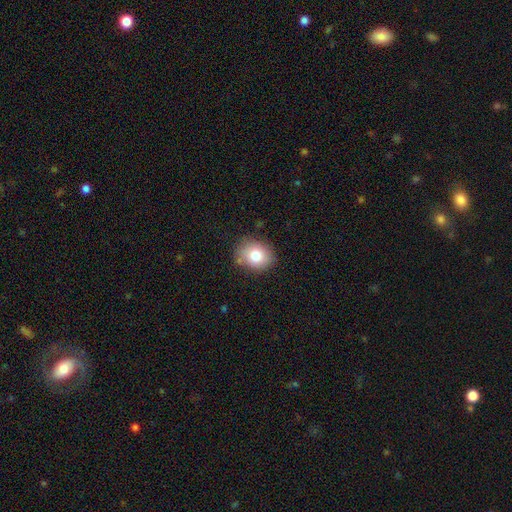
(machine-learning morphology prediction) A smooth galaxy with no disk features (79%) that is round (62%). Merging: none (81%).